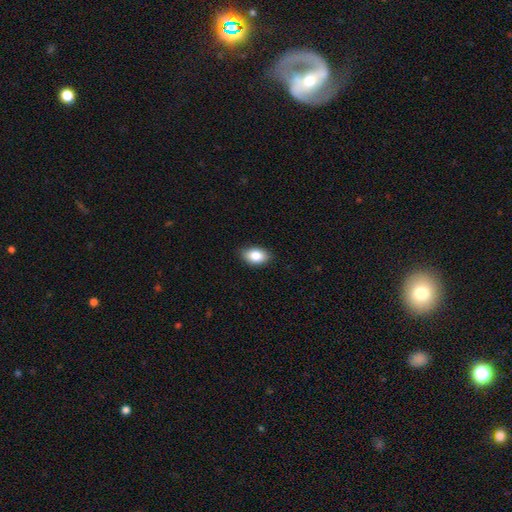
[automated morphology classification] The model was most divided on "smooth or featured": smooth: 84%, featured or disk: 8%, star or artifact: 8%. More confident: how rounded — in between (89%); merging — none (87%).